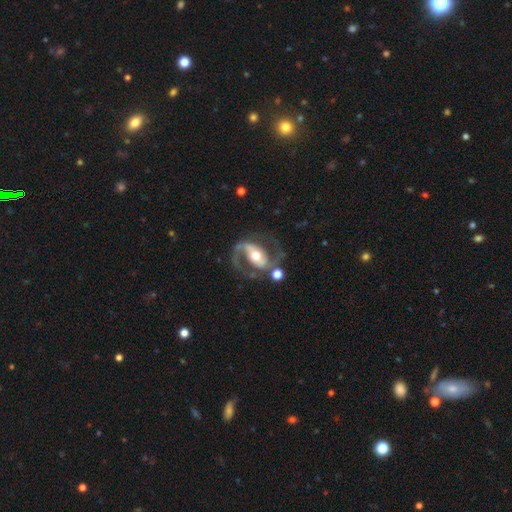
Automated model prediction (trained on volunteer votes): Smooth or featured? Predicted: featured or disk (p=0.86). Edge-on disk? Predicted: no (p=0.96). Bar? Predicted: strong (p=0.39). Spiral arms? Predicted: yes (p=0.93). Spiral winding? Predicted: medium (p=0.52). Spiral arm count? Predicted: 2 (p=0.86). Bulge size? Predicted: moderate (p=0.68). Merging? Predicted: none (p=0.62).